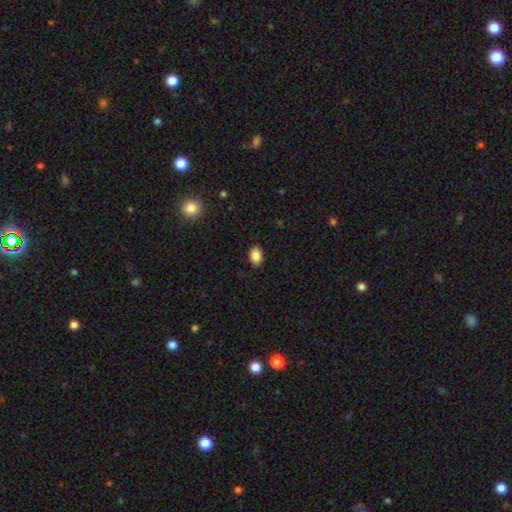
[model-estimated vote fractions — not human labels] Smooth or featured? Predicted: smooth (p=0.88). How rounded? Predicted: in between (p=0.82). Merging? Predicted: none (p=0.84).